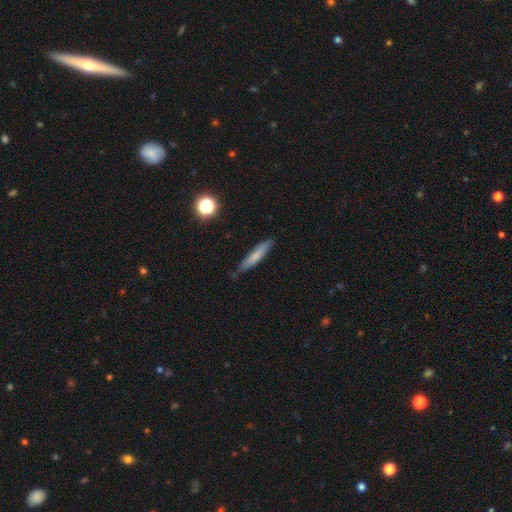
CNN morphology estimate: This is likely a smooth galaxy (70%). How rounded: clearly cigar-shaped (88%). Merging: likely none (79%).